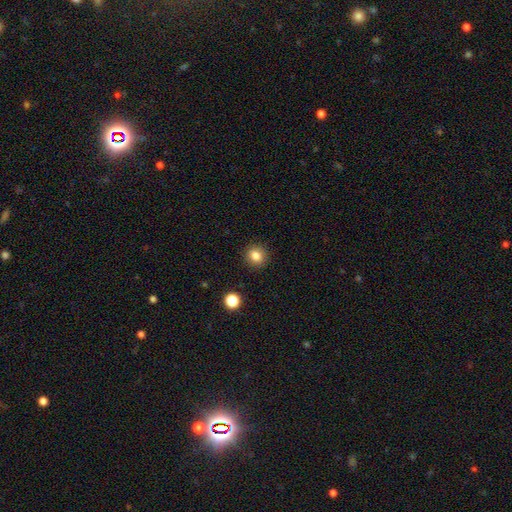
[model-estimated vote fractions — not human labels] smooth-or-featured: smooth: 83% | star or artifact: 11% | featured or disk: 6%
  how-rounded: round: 87% | in between: 12% | cigar-shaped: 1%
  merging: none: 91% | minor disturbance: 6% | major disturbance: 2% | merger: 1%